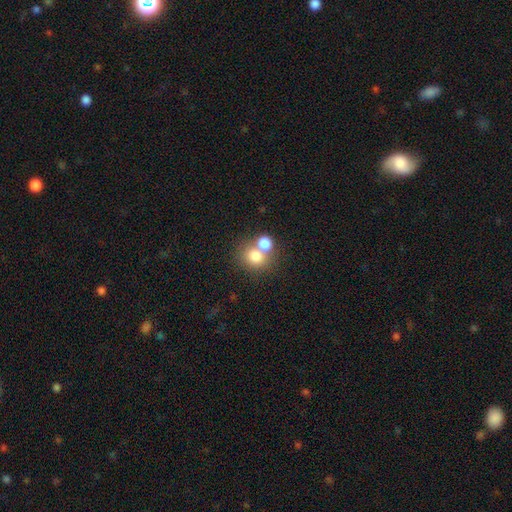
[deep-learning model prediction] Smooth or featured? Predicted: smooth (p=0.77). How rounded? Predicted: round (p=0.71). Merging? Predicted: merger (p=0.50).